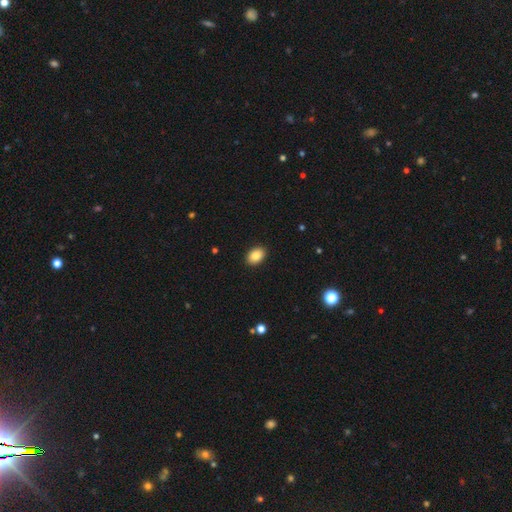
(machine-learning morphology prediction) Smooth or featured? smooth (86%)
How rounded? in between (81%)
Merging? none (91%)